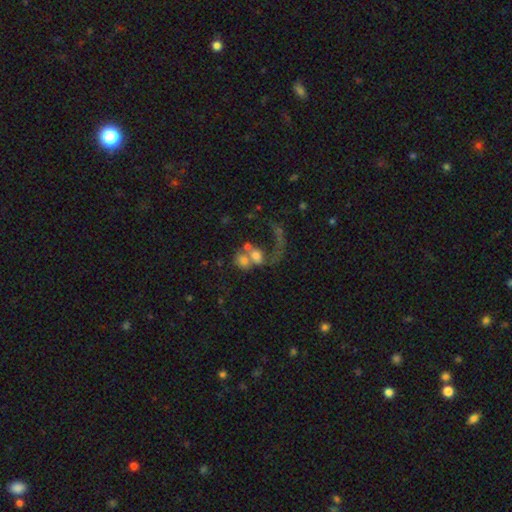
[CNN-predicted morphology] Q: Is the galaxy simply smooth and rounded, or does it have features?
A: smooth — 48%.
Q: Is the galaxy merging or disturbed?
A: merger — 60%.